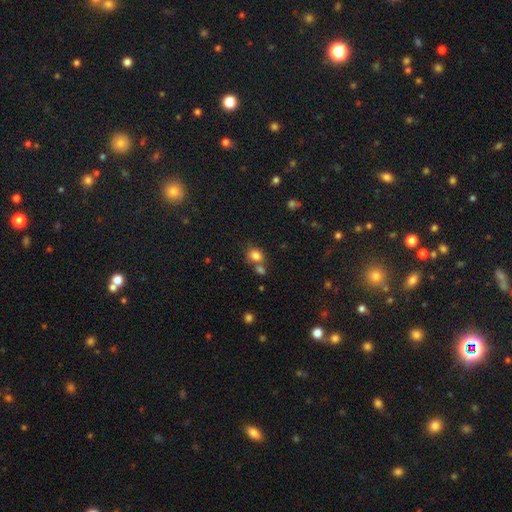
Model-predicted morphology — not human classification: Q: Smooth or featured?
A: smooth (81%); runner-up: star or artifact (11%)
Q: How rounded?
A: round (56%); runner-up: in between (43%)
Q: Merging?
A: none (53%); runner-up: merger (30%)